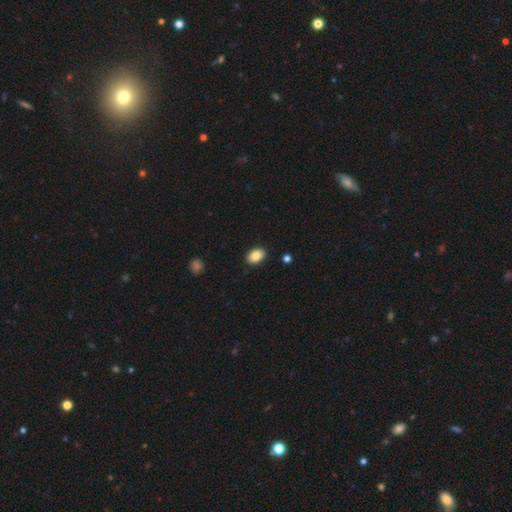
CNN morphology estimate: smooth-or-featured: smooth: 85% | star or artifact: 8% | featured or disk: 7%
  how-rounded: in between: 82% | round: 17% | cigar-shaped: 1%
  merging: none: 89% | minor disturbance: 8% | major disturbance: 2% | merger: 1%